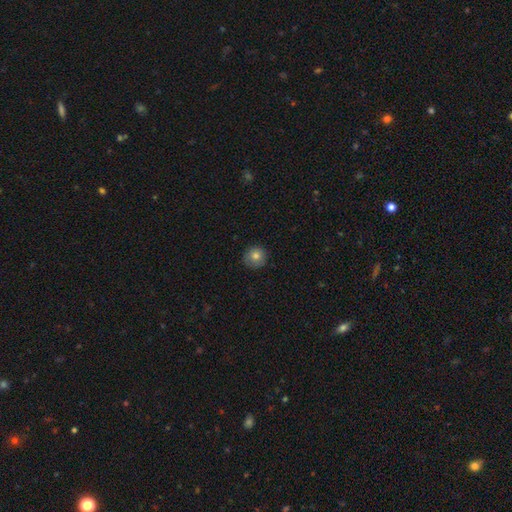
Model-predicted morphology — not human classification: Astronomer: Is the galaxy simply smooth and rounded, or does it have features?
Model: smooth — 79%.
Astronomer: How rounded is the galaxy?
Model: round — 93%.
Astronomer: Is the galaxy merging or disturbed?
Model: none — 84%.